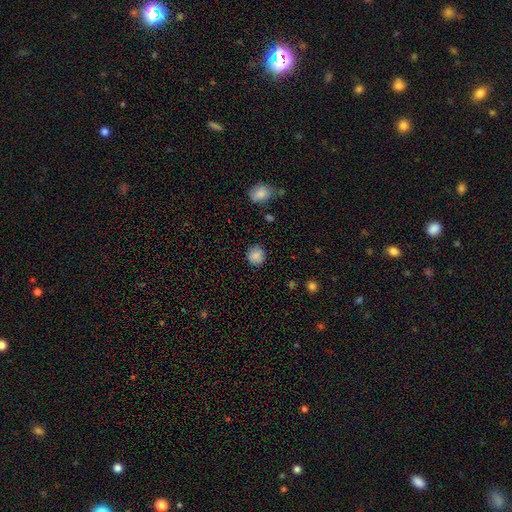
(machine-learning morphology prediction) Overall: smooth (86%). How rounded: round (88%). Merging: none (85%).